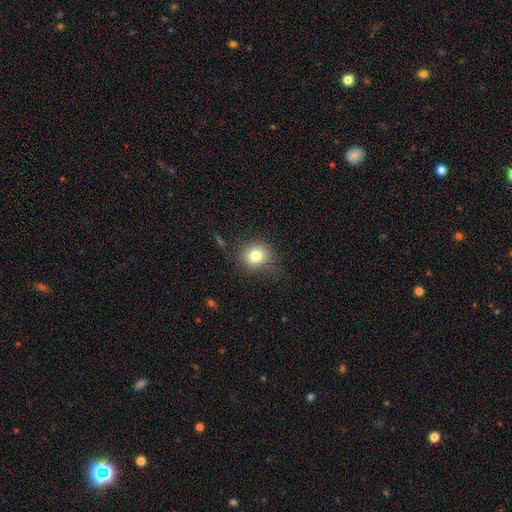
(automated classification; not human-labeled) smooth_or_featured: smooth (p=0.79) [alt: star or artifact p=0.12]
how_rounded: round (p=0.82) [alt: in between p=0.17]
merging: none (p=0.77) [alt: minor disturbance p=0.16]